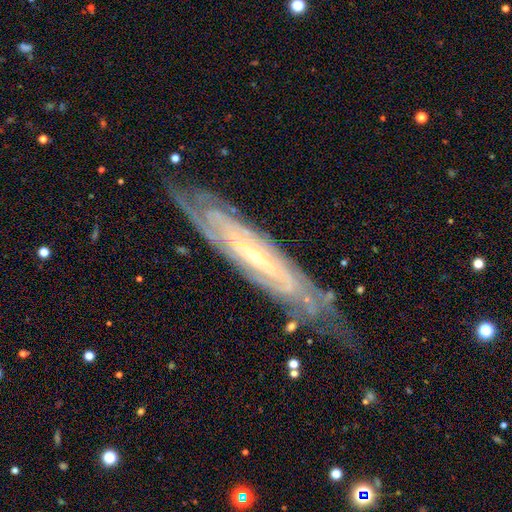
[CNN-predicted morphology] Smooth or featured?
  - featured or disk: 87% *
  - smooth: 7%
  - star or artifact: 6%
Edge-on disk?
  - no: 71% *
  - yes: 29%
Bar?
  - no: 47% *
  - weak: 30%
  - strong: 23%
Spiral arms?
  - yes: 95% *
  - no: 5%
Spiral winding?
  - tight: 76% *
  - medium: 20%
  - loose: 4%
Spiral arm count?
  - can't tell: 47% *
  - 2: 17%
  - 4: 11%
  - 3: 10%
  - more than 4: 10%
  - 1: 5%
Bulge size?
  - small: 82% *
  - moderate: 15%
  - none: 2%
  - large: 1%
  - dominant: 1%
Merging?
  - none: 74% *
  - minor disturbance: 19%
  - major disturbance: 6%
  - merger: 2%